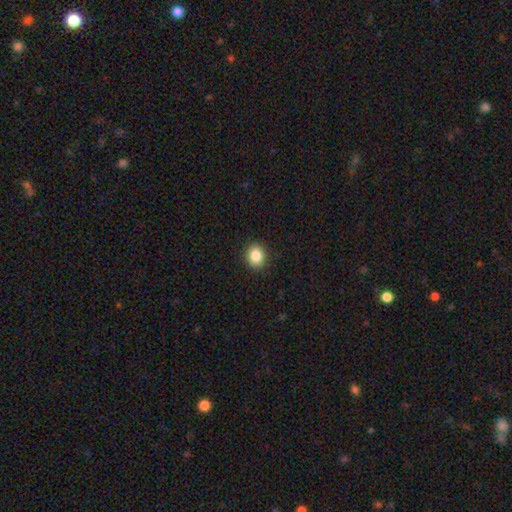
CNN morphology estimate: This is clearly a smooth galaxy (85%). How rounded: likely round (70%). Merging: clearly none (91%).